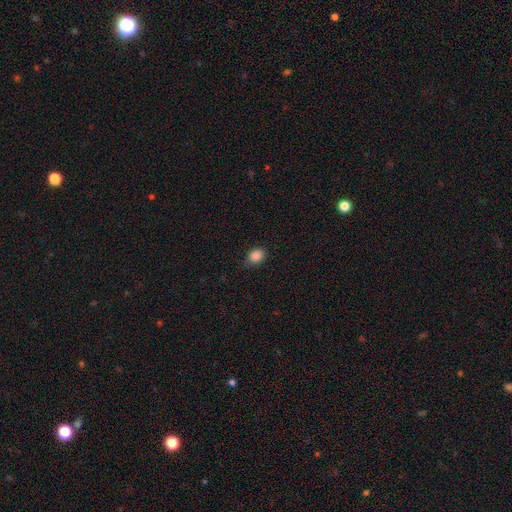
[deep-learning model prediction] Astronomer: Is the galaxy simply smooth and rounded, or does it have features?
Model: smooth — 87%.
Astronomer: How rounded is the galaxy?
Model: in between — 57% (runner-up: round, 42%).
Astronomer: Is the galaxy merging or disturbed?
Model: none — 81%.